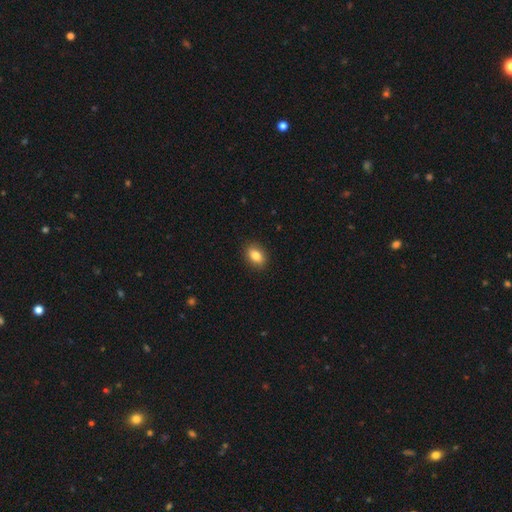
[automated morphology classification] Overall: smooth (83%). How rounded: in between (77%). Merging: none (90%).